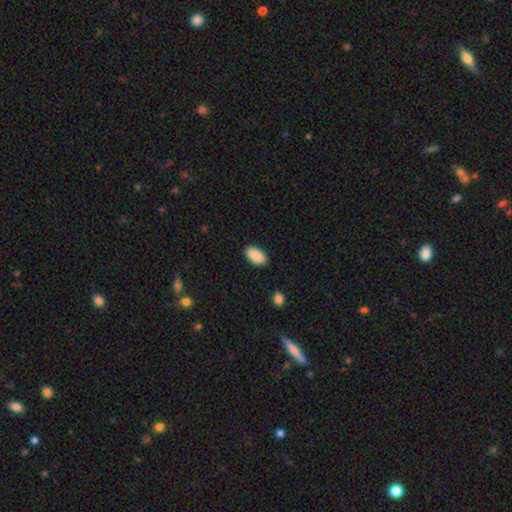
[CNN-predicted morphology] smooth-or-featured: smooth: 89% | star or artifact: 6% | featured or disk: 5%
  how-rounded: in between: 95% | round: 3% | cigar-shaped: 2%
  merging: none: 89% | minor disturbance: 8% | major disturbance: 2% | merger: 1%